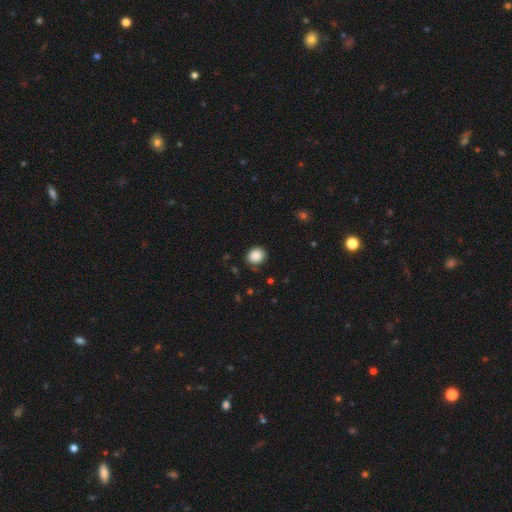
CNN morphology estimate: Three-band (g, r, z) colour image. It shows a smooth galaxy with no disk features (88%) that is round (66%). Merging: none (84%).